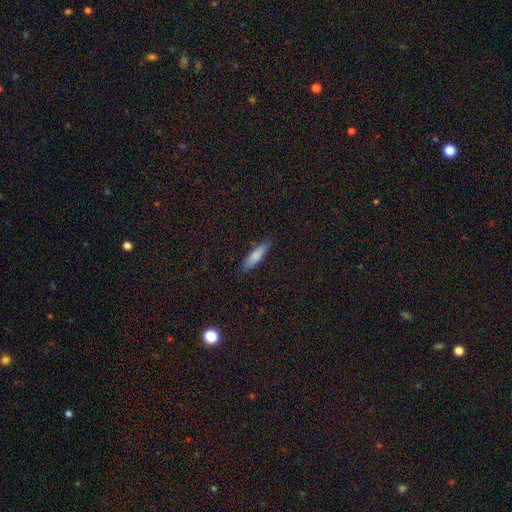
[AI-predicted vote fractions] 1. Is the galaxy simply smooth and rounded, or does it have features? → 81% smooth, 12% featured or disk, 7% star or artifact.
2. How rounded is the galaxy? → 65% cigar-shaped, 33% in between, 2% round.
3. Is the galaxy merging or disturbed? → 85% none, 12% minor disturbance, 2% major disturbance, 1% merger.